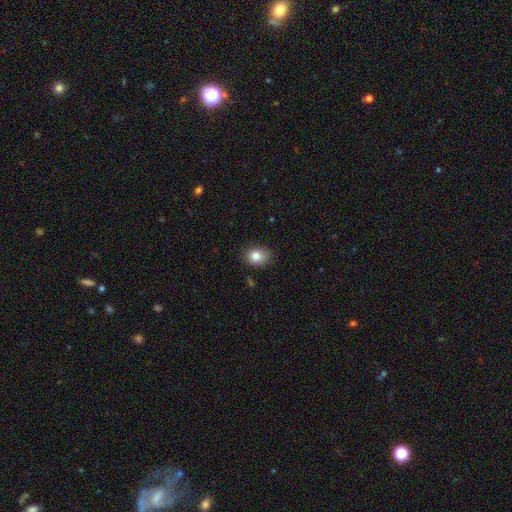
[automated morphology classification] Smooth or featured? Predicted: smooth (p=0.84). How rounded? Predicted: in between (p=0.61). Merging? Predicted: none (p=0.82).